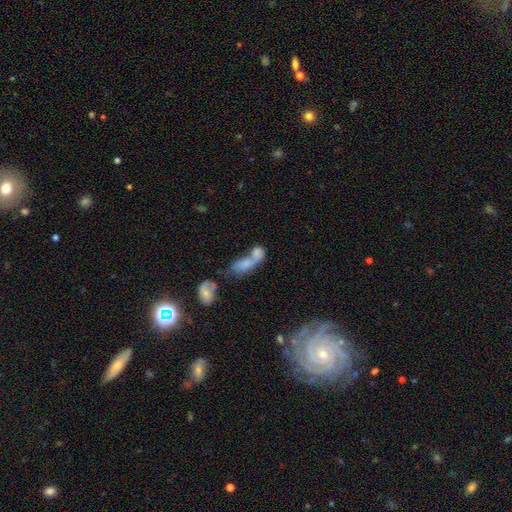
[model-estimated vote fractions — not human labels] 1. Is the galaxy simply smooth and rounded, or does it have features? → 68% smooth, 22% featured or disk, 10% star or artifact.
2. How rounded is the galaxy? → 74% in between, 13% cigar-shaped, 13% round.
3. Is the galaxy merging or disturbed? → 74% merger, 13% none, 8% major disturbance, 6% minor disturbance.